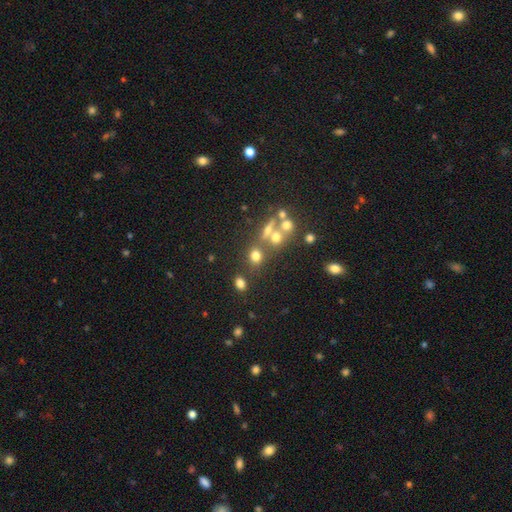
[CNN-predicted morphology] smooth 66%, star or artifact 20%, featured or disk 15%. Down the decision tree: how rounded — round (65%); merging — none (61%).